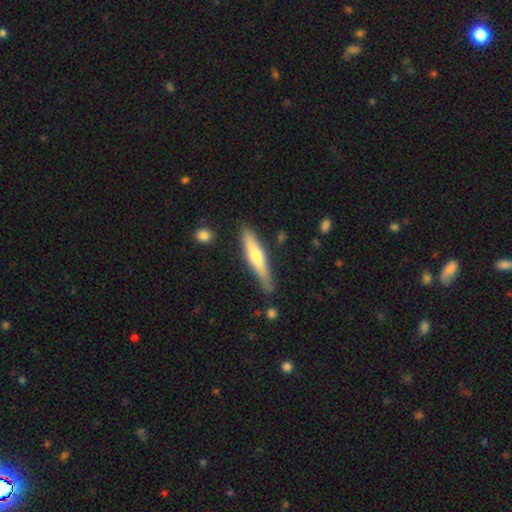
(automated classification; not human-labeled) The model was most divided on "smooth or featured": smooth: 53%, featured or disk: 41%, star or artifact: 5%. More confident: how rounded — cigar-shaped (86%); merging — none (79%).